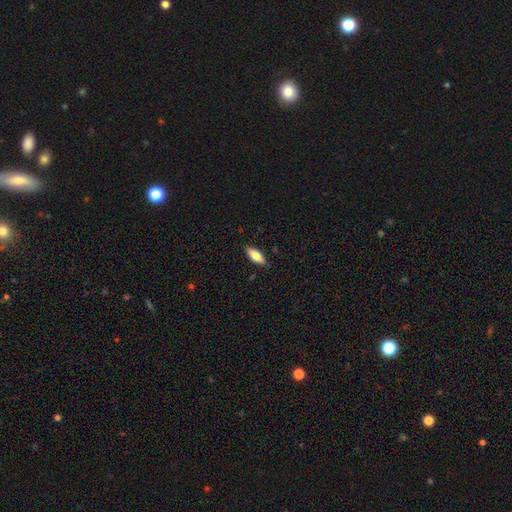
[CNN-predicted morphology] The model was most divided on "how rounded": in between: 72%, cigar-shaped: 26%, round: 2%. More confident: merging — none (85%); smooth or featured — smooth (72%).